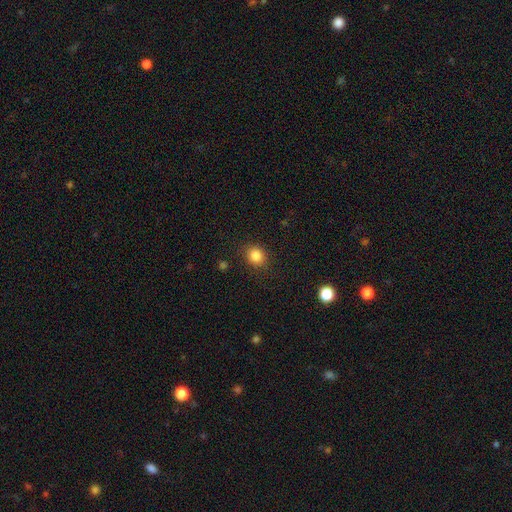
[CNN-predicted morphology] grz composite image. It shows a smooth galaxy with no disk features (85%) that is round (76%). Merging: none (87%).